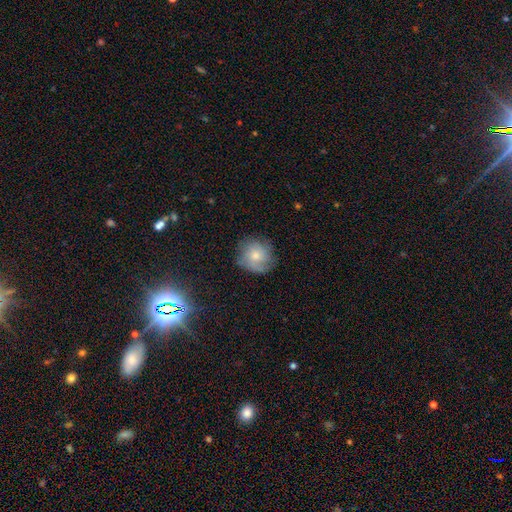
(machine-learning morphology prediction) Smooth or featured? smooth (58%)
How rounded? round (87%)
Merging? none (71%)